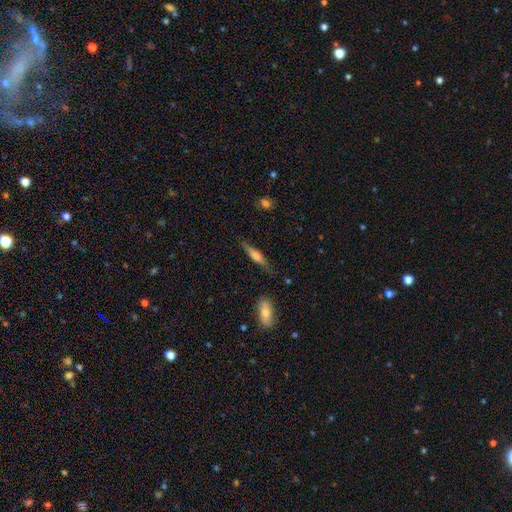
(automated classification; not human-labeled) Smooth or featured?
  - featured or disk: 49% *
  - smooth: 44%
  - star or artifact: 7%
Merging?
  - none: 80% *
  - minor disturbance: 14%
  - major disturbance: 3%
  - merger: 2%